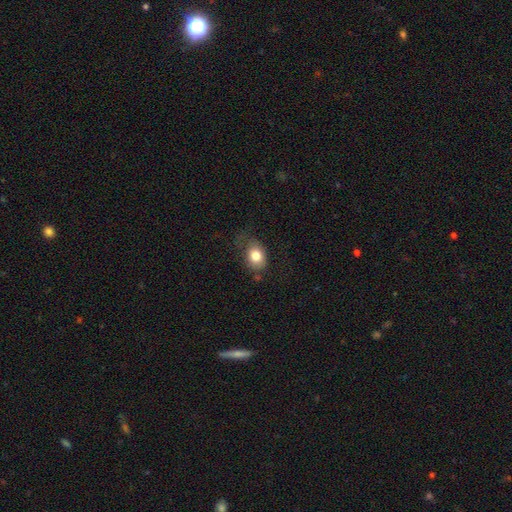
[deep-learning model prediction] Morphology: type=smooth (80%); roundness=in between (63%); merging=none (59%).